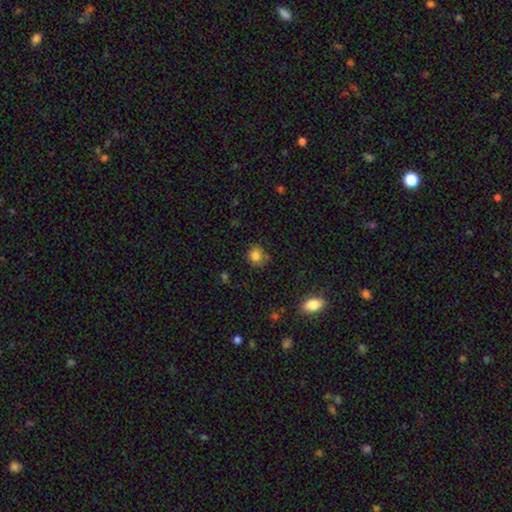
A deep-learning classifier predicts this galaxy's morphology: Smooth or featured: smooth — 82% (star or artifact — 11%)
How rounded: round — 76% (in between — 23%)
Merging: none — 72% (minor disturbance — 20%)